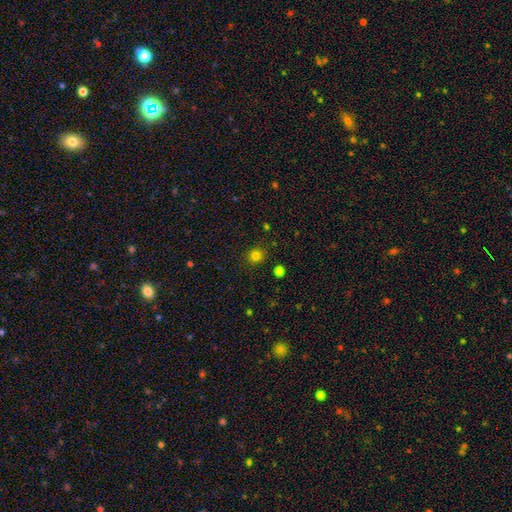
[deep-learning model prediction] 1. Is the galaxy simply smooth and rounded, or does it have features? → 80% smooth, 15% star or artifact, 5% featured or disk.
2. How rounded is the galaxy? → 88% round, 11% in between, 1% cigar-shaped.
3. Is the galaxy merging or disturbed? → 89% none, 7% minor disturbance, 2% major disturbance, 2% merger.